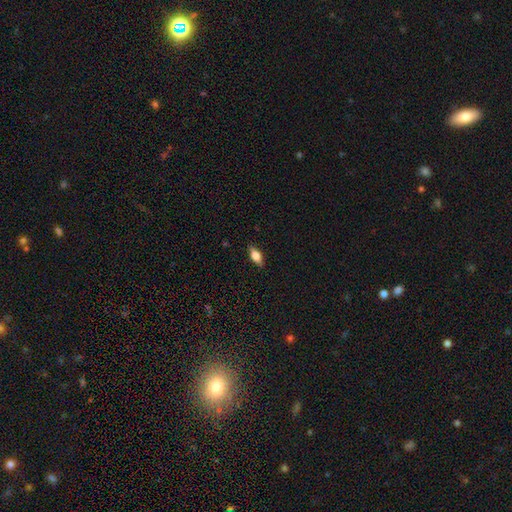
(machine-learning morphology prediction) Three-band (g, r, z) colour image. It shows a smooth galaxy with no disk features (59%) that is in between round and cigar-shaped (78%). Merging: none (87%).